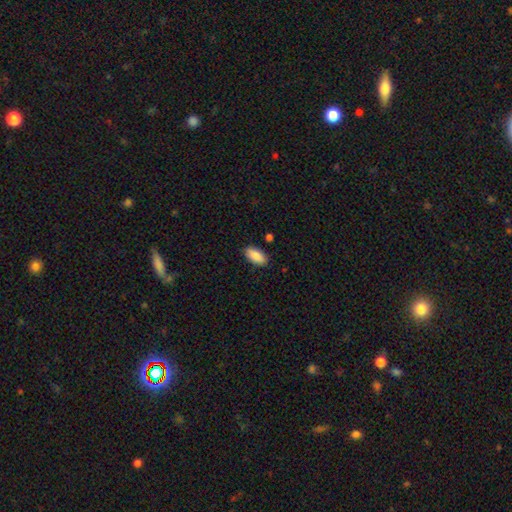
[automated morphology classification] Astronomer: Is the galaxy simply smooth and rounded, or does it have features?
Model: smooth — 88%.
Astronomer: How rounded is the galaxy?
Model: in between — 92%.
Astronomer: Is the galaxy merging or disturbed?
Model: none — 87%.